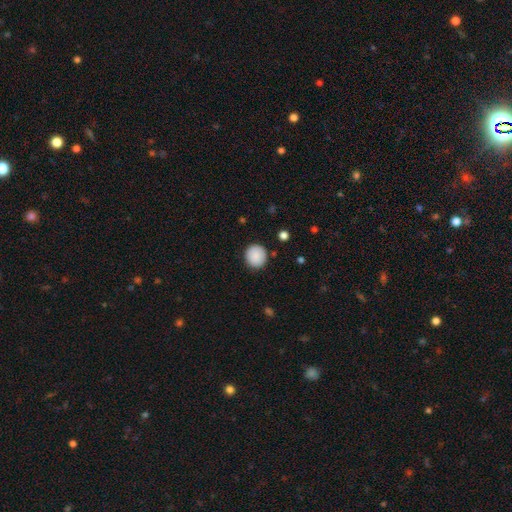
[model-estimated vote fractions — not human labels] A smooth galaxy with no disk features (89%) that is round (91%).

Vote fractions:
- Smooth or featured? smooth: 89% / star or artifact: 7% / featured or disk: 4%
- How rounded? round: 91% / in between: 8% / cigar-shaped: 1%
- Merging? none: 89% / minor disturbance: 7% / major disturbance: 2% / merger: 1%